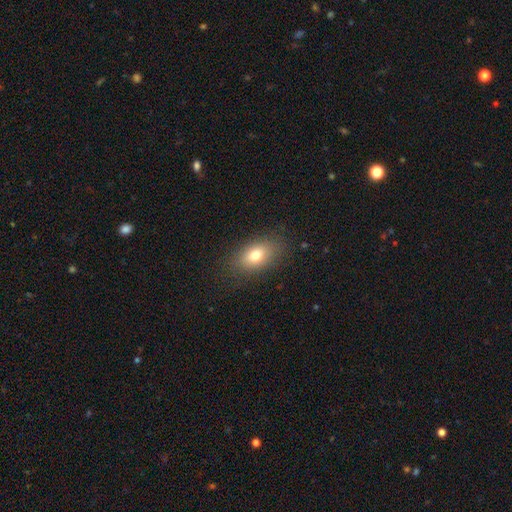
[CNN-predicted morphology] Overall: smooth (76%). How rounded: in between (83%). Merging: none (84%).